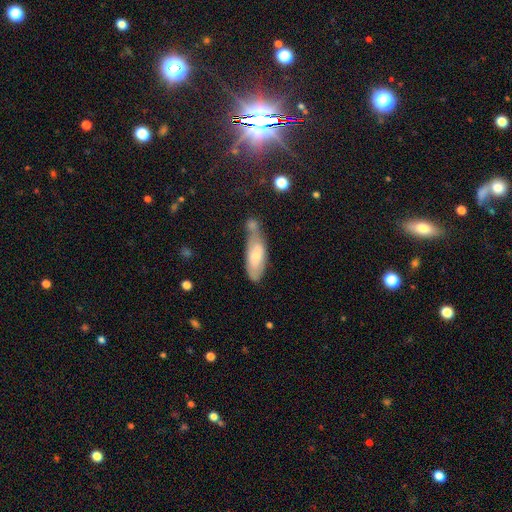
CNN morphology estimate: smooth 64%, featured or disk 30%, star or artifact 6%. Down the decision tree: how rounded — in between (65%); merging — merger (35%).